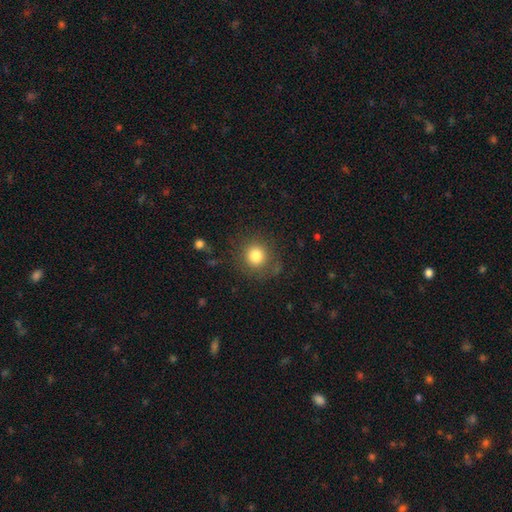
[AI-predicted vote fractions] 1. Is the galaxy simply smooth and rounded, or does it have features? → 81% smooth, 11% star or artifact, 8% featured or disk.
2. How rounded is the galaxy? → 90% round, 9% in between, 1% cigar-shaped.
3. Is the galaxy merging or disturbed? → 81% none, 11% minor disturbance, 6% major disturbance, 2% merger.